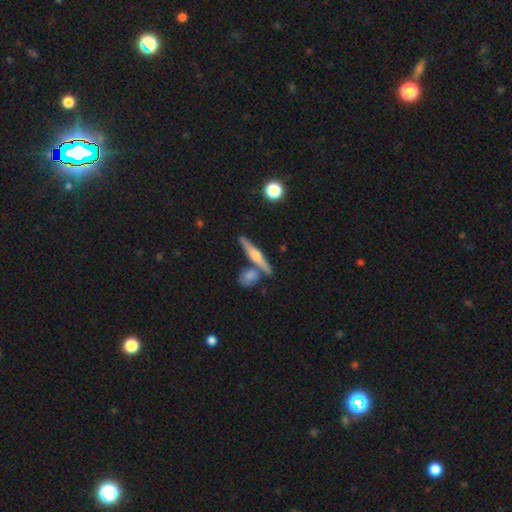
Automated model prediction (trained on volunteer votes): Smooth or featured: featured or disk — 68% (smooth — 26%)
Edge-on disk: yes — 97% (no — 3%)
Edge-on bulge: rounded — 90% (boxy — 6%)
Merging: none — 76% (merger — 13%)